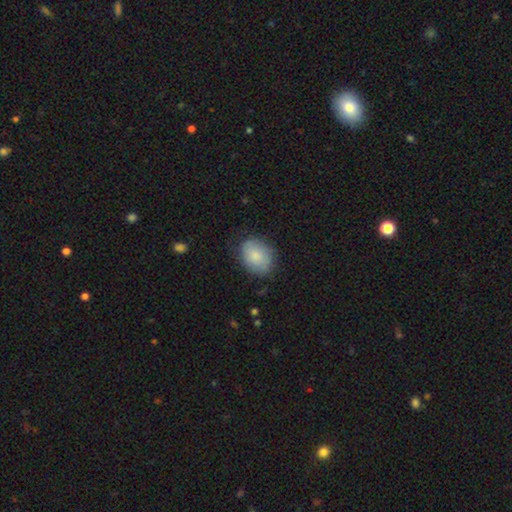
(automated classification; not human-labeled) smooth 81%, featured or disk 13%, star or artifact 7%. Down the decision tree: how rounded — in between (65%); merging — none (78%).